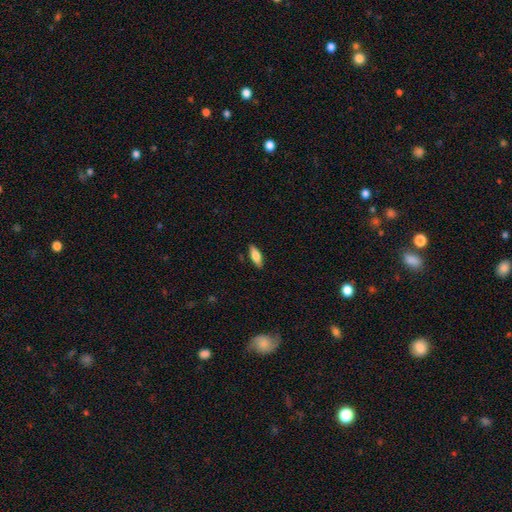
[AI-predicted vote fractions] smooth-or-featured: smooth: 76% | featured or disk: 18% | star or artifact: 6%
  how-rounded: in between: 63% | cigar-shaped: 35% | round: 2%
  merging: none: 87% | minor disturbance: 10% | major disturbance: 2% | merger: 1%